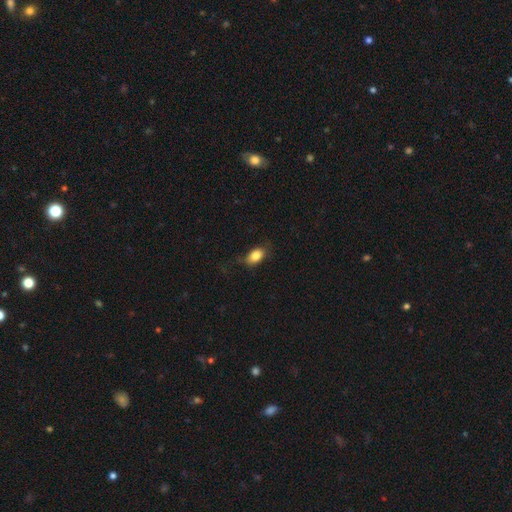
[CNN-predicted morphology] smooth 83%, featured or disk 9%, star or artifact 8%. Down the decision tree: how rounded — in between (86%); merging — none (75%).